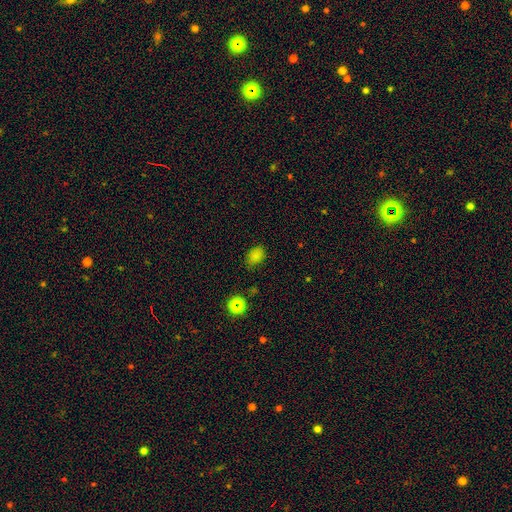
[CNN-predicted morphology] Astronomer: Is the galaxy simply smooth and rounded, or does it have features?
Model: smooth — 77%.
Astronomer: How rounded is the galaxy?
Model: in between — 74%.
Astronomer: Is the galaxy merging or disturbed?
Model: none — 75%.